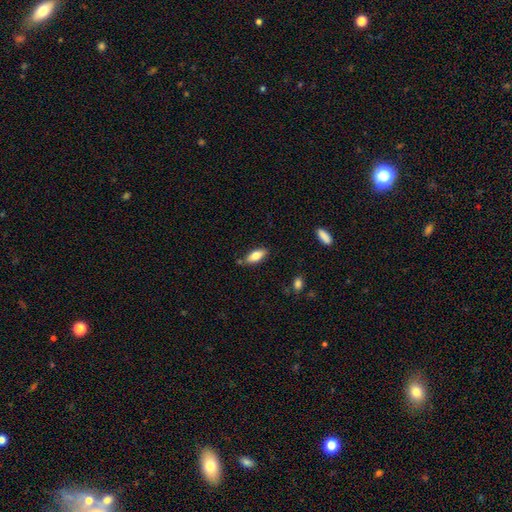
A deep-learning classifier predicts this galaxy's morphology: smooth-or-featured: smooth: 77% | featured or disk: 17% | star or artifact: 7%
  how-rounded: in between: 79% | cigar-shaped: 19% | round: 2%
  merging: none: 76% | minor disturbance: 16% | merger: 5% | major disturbance: 3%